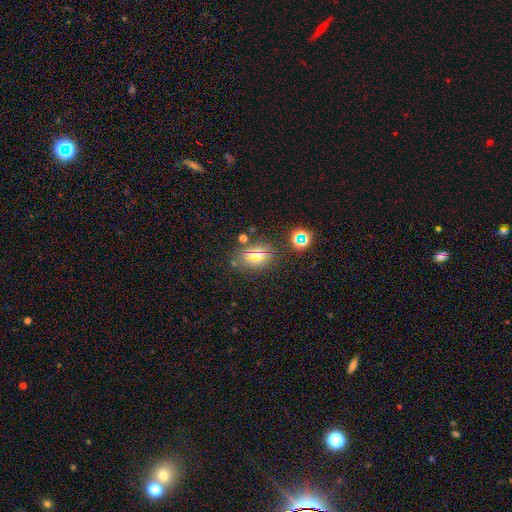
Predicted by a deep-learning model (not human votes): Smooth or featured?
  - smooth: 47% *
  - star or artifact: 32%
  - featured or disk: 21%
Merging?
  - none: 79% *
  - minor disturbance: 12%
  - major disturbance: 5%
  - merger: 4%